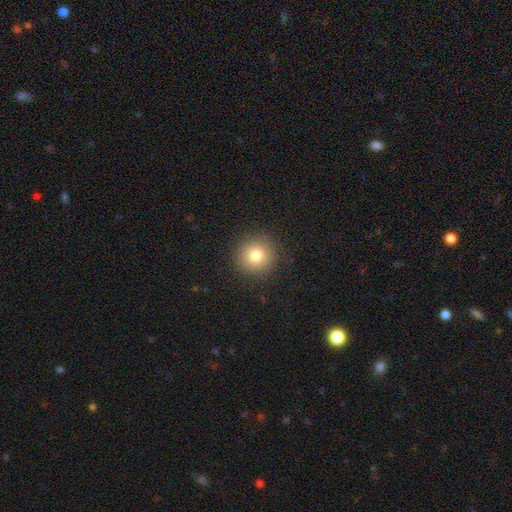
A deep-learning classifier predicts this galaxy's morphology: Q: Smooth or featured?
A: smooth (80%); runner-up: star or artifact (12%)
Q: How rounded?
A: round (93%); runner-up: in between (6%)
Q: Merging?
A: none (90%); runner-up: minor disturbance (6%)